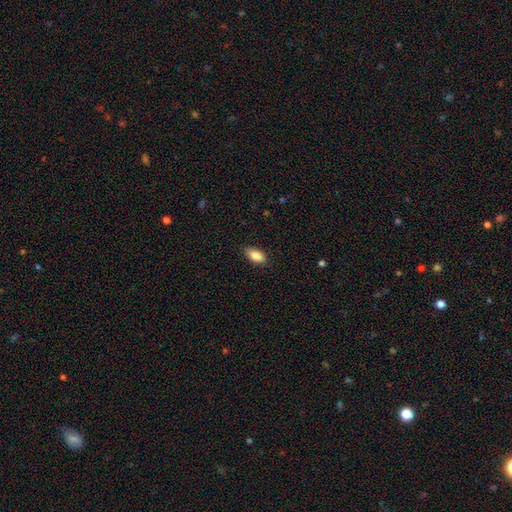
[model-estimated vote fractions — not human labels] Smooth or featured? smooth (86%)
How rounded? in between (90%)
Merging? none (84%)